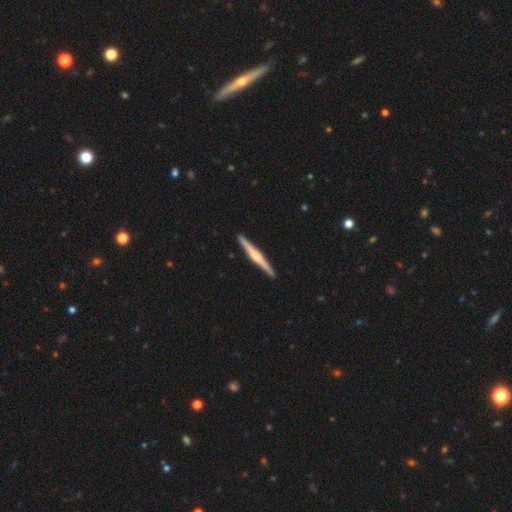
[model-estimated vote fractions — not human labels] This is likely a featured or disk galaxy (70%). It is clearly viewed edge-on (98%). Edge-on bulge: likely rounded (70%). Merging: clearly none (92%).